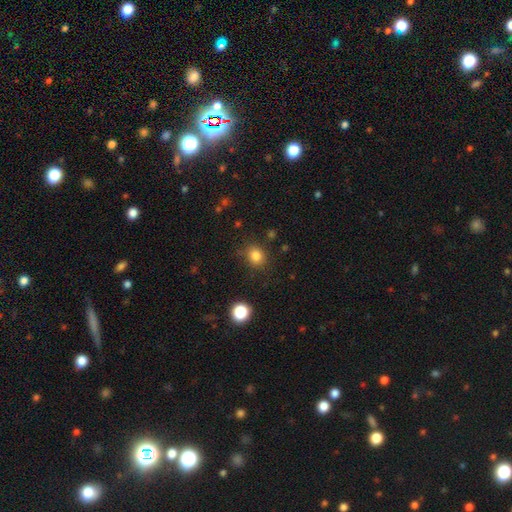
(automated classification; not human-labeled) smooth 82%, star or artifact 12%, featured or disk 5%. Down the decision tree: how rounded — round (70%); merging — none (83%).